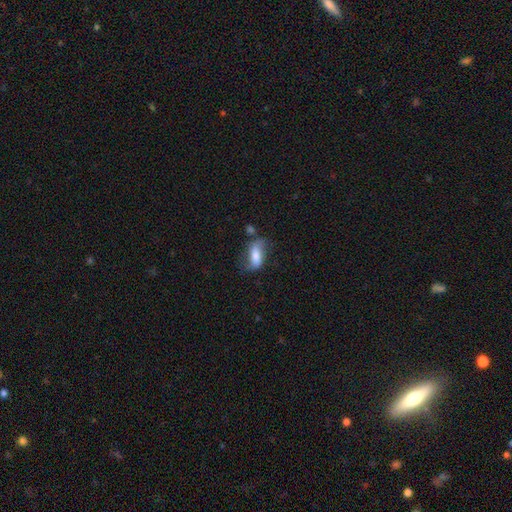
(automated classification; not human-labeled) Overall: smooth (59%; featured or disk 34%). How rounded: in between (76%). Merging: none (53%; minor disturbance 27%).